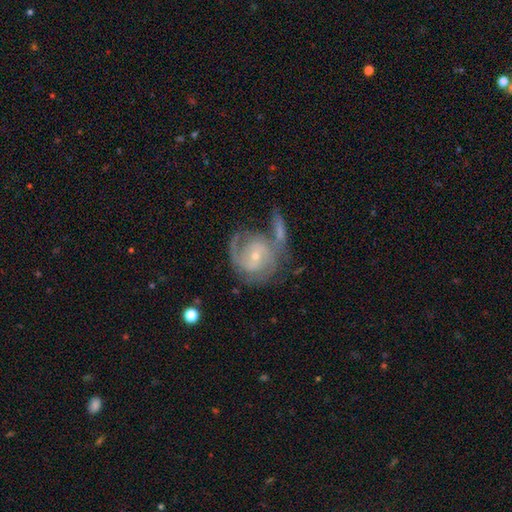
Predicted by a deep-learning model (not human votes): A featured or disk galaxy (82%) with no bar (61%), 2 (42%) tight (52%) spiral arms (92%) and a small central bulge (70%). Merging: none (40%).